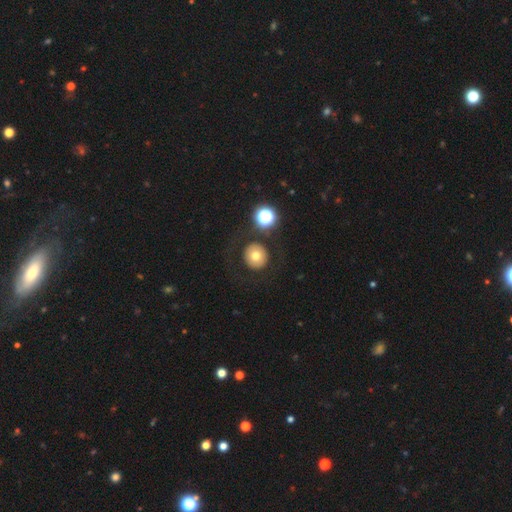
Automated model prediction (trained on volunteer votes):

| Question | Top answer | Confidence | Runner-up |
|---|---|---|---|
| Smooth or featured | smooth | 71% | featured or disk (16%) |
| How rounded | round | 94% | in between (5%) |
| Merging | none | 82% | minor disturbance (8%) |